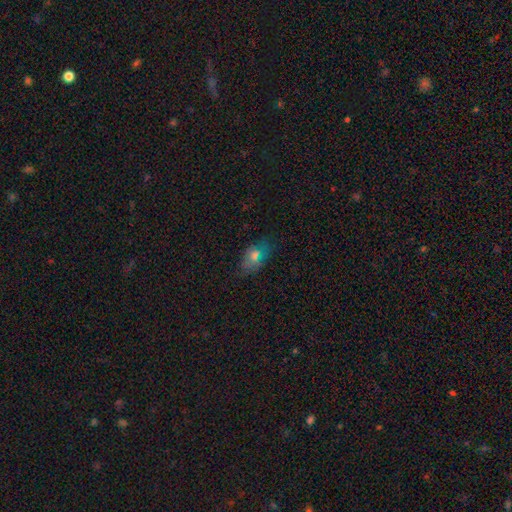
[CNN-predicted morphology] Smooth or featured: smooth — 59% (featured or disk — 24%)
How rounded: in between — 84% (round — 12%)
Merging: none — 70% (minor disturbance — 21%)